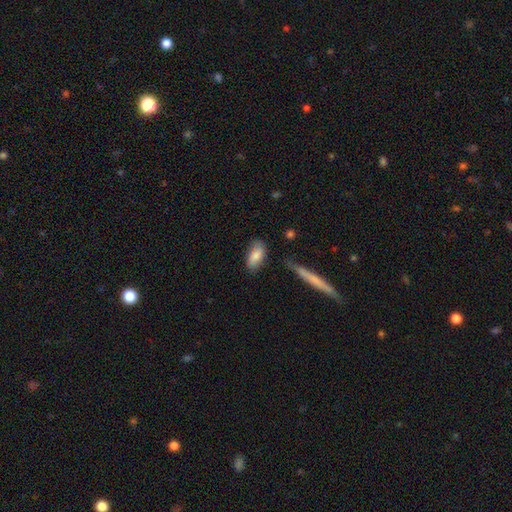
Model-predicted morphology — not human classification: Smooth or featured: smooth — 80% (featured or disk — 14%)
How rounded: in between — 89% (cigar-shaped — 8%)
Merging: none — 69% (minor disturbance — 22%)